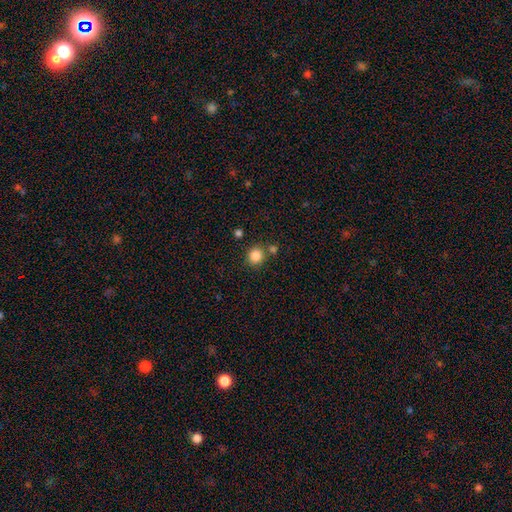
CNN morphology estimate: smooth_or_featured: smooth (p=0.85) [alt: star or artifact p=0.10]
how_rounded: round (p=0.80) [alt: in between p=0.19]
merging: none (p=0.75) [alt: merger p=0.12]